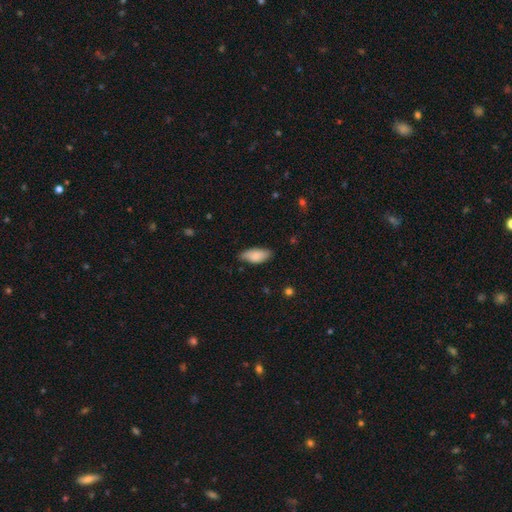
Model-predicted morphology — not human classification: Smooth or featured? Predicted: smooth (p=0.81). How rounded? Predicted: in between (p=0.89). Merging? Predicted: none (p=0.72).